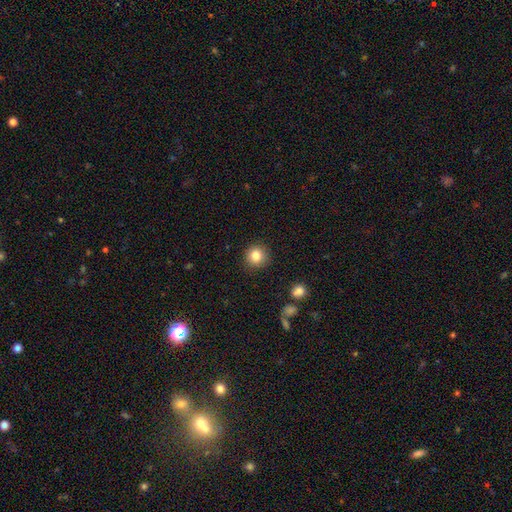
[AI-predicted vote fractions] The model was most divided on "smooth or featured": smooth: 83%, star or artifact: 10%, featured or disk: 7%. More confident: how rounded — round (93%); merging — none (90%).